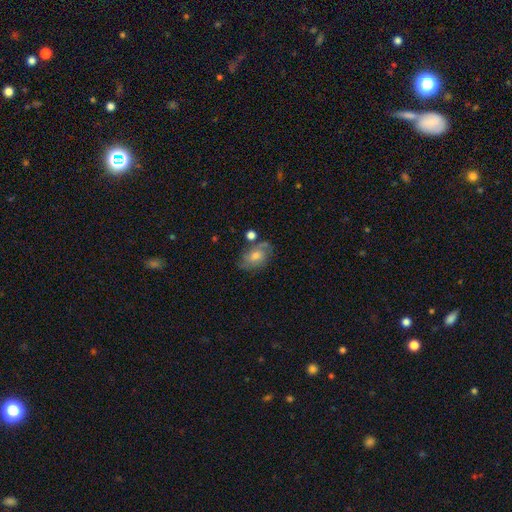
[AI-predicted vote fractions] Morphology: type=featured or disk (51%); edge-on=no (95%); merging=none (65%).